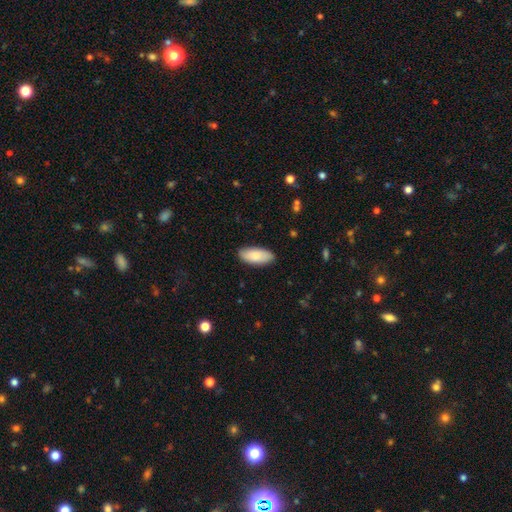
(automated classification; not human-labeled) A smooth galaxy with no disk features (84%) that is in between round and cigar-shaped (88%). Merging: none (87%).